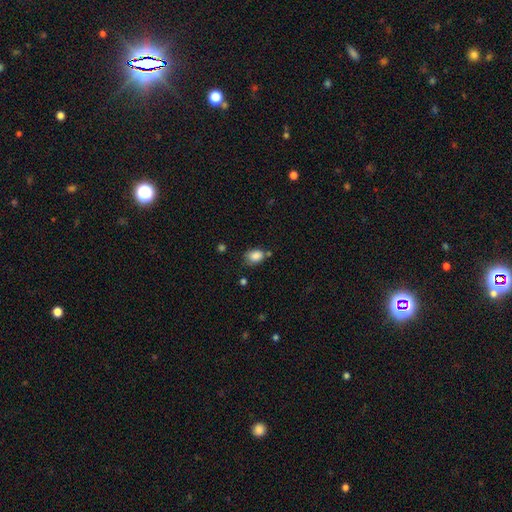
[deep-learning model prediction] smooth-or-featured: smooth: 85% | star or artifact: 9% | featured or disk: 6%
  how-rounded: in between: 66% | round: 33% | cigar-shaped: 1%
  merging: none: 55% | minor disturbance: 29% | merger: 9% | major disturbance: 8%